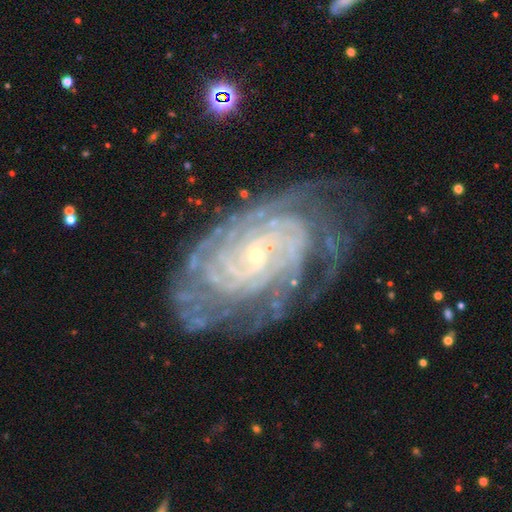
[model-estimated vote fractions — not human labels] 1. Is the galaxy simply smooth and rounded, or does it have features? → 89% featured or disk, 6% star or artifact, 5% smooth.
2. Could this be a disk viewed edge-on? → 96% no, 4% yes.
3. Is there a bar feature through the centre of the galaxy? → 70% no, 21% weak, 9% strong.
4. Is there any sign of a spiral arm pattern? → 98% yes, 2% no.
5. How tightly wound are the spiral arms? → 83% tight, 15% medium, 3% loose.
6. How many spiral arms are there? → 29% can't tell, 20% 4, 20% more than 4, 12% 3, 12% 2, 7% 1.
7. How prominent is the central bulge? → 86% small, 10% moderate, 2% none, 1% large, 1% dominant.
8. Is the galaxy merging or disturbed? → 70% none, 20% minor disturbance, 9% major disturbance, 2% merger.